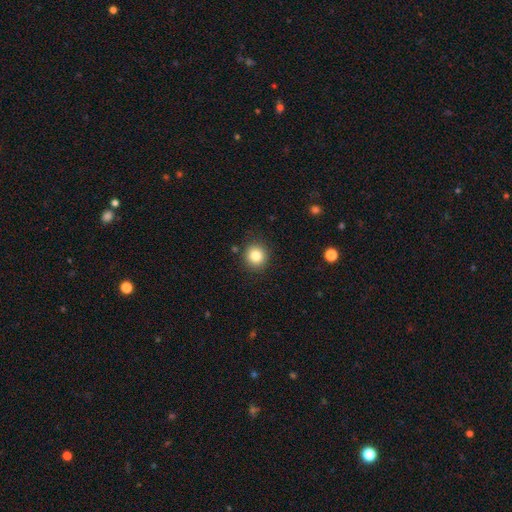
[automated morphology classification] This appears to be a smooth galaxy with no disk features (84%) that is round (90%). Merging: none (88%).